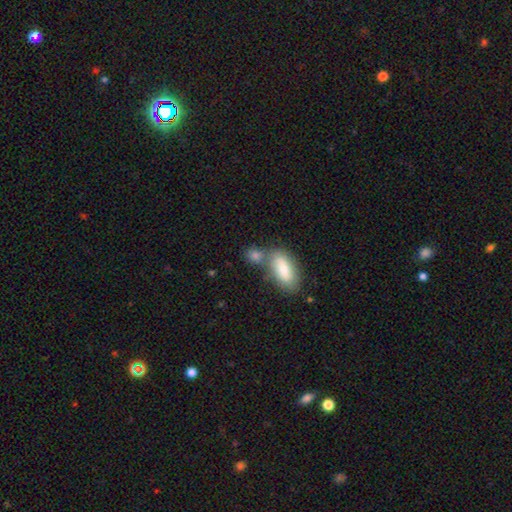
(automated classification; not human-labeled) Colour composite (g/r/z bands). It shows a smooth galaxy with no disk features (80%) that is in between round and cigar-shaped (65%). Merging: none (50%).